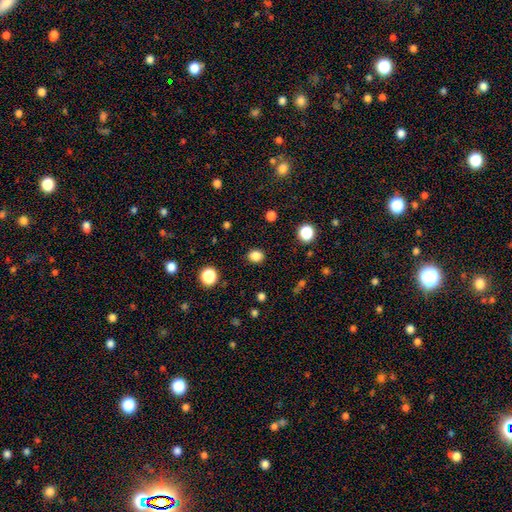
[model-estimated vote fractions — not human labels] Smooth or featured?
  - smooth: 84% *
  - star or artifact: 12%
  - featured or disk: 3%
How rounded?
  - round: 64% *
  - in between: 35%
  - cigar-shaped: 1%
Merging?
  - none: 89% *
  - minor disturbance: 7%
  - major disturbance: 2%
  - merger: 1%